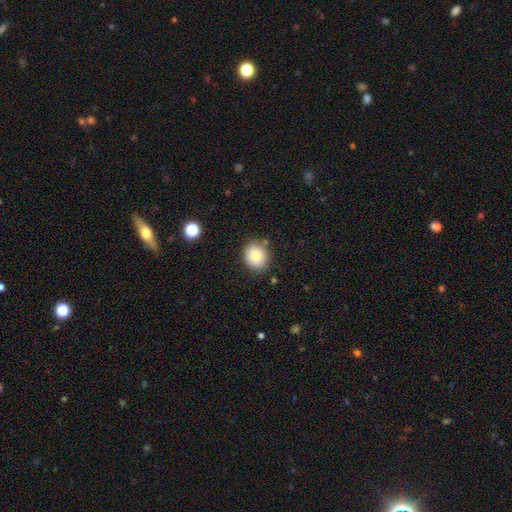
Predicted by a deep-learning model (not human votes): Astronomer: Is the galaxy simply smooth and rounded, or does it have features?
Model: smooth — 82%.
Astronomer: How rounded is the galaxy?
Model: round — 72%.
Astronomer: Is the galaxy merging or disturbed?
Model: none — 83%.